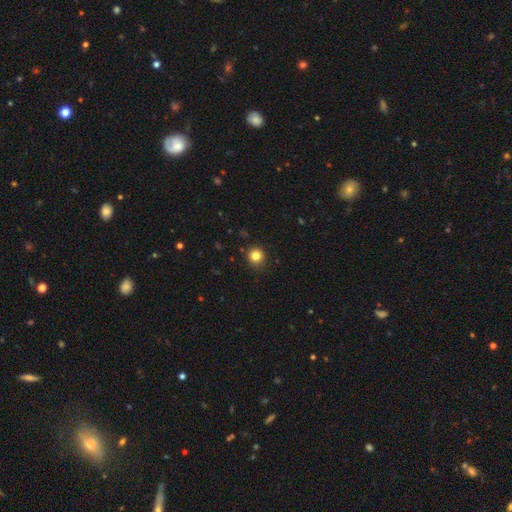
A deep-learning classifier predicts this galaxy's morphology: A smooth galaxy with no disk features (82%) that is round (91%).

Vote fractions:
- Smooth or featured? smooth: 82% / star or artifact: 12% / featured or disk: 5%
- How rounded? round: 91% / in between: 8% / cigar-shaped: 1%
- Merging? none: 88% / minor disturbance: 9% / major disturbance: 2% / merger: 1%